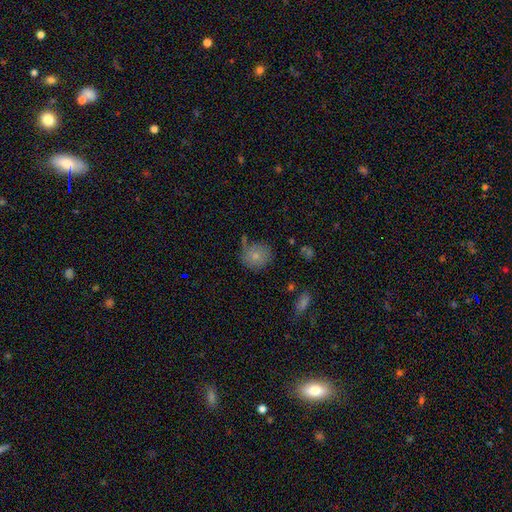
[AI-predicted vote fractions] A smooth galaxy with no disk features (76%) that is round (86%).

Vote fractions:
- Smooth or featured? smooth: 76% / featured or disk: 13% / star or artifact: 11%
- How rounded? round: 86% / in between: 13% / cigar-shaped: 1%
- Merging? none: 71% / minor disturbance: 18% / merger: 6% / major disturbance: 5%